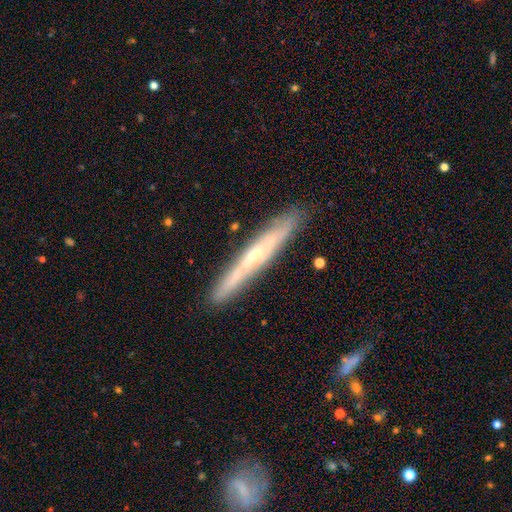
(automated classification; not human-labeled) Smooth or featured?
  - featured or disk: 66% *
  - smooth: 28%
  - star or artifact: 6%
Edge-on disk?
  - yes: 84% *
  - no: 16%
Edge-on bulge?
  - rounded: 50% *
  - none: 43%
  - boxy: 6%
Merging?
  - none: 85% *
  - minor disturbance: 11%
  - major disturbance: 2%
  - merger: 2%